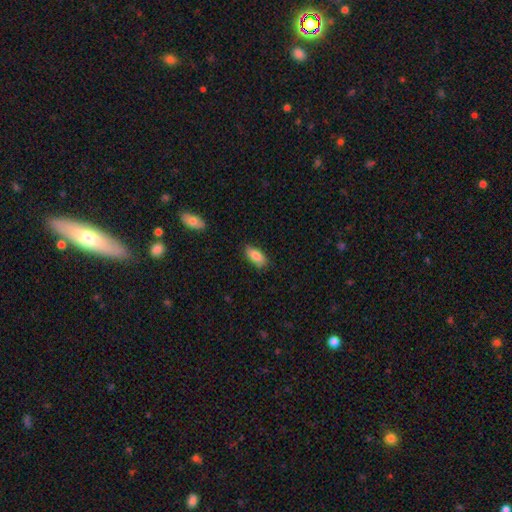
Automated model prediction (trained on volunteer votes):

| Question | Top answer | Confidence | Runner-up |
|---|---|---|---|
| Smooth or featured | smooth | 85% | featured or disk (9%) |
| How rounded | in between | 86% | cigar-shaped (12%) |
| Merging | none | 83% | minor disturbance (13%) |